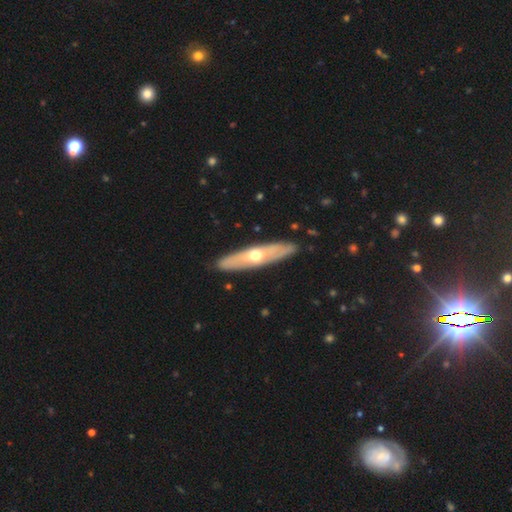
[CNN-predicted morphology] This appears to be a featured or disk galaxy (56%) viewed edge-on (63%). Merging: none (88%).